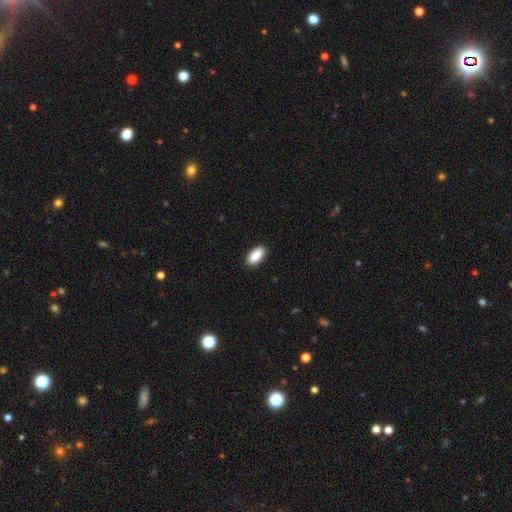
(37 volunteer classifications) A smooth galaxy with no disk features (89%) that is in between round and cigar-shaped (94%).

Vote fractions:
- Smooth or featured? smooth: 89% / featured or disk: 5% / star or artifact: 5%
- How rounded? in between: 94% / cigar-shaped: 6% / round: 0%
- Merging? none: 89% / minor disturbance: 9% / merger: 3% / major disturbance: 0%